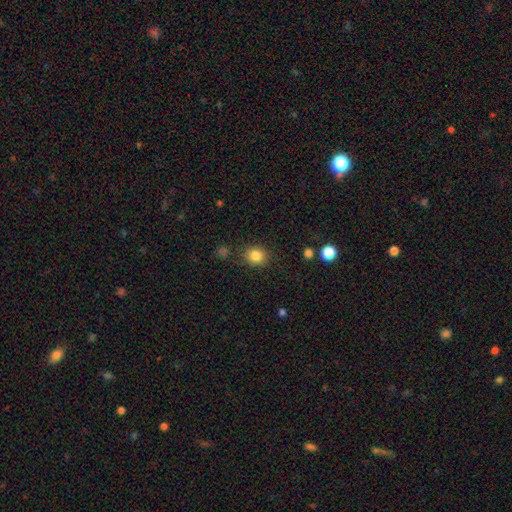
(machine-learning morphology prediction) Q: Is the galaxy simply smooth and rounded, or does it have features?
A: smooth — 84%.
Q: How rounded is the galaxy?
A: round — 76%.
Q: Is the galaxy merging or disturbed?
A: none — 84%.